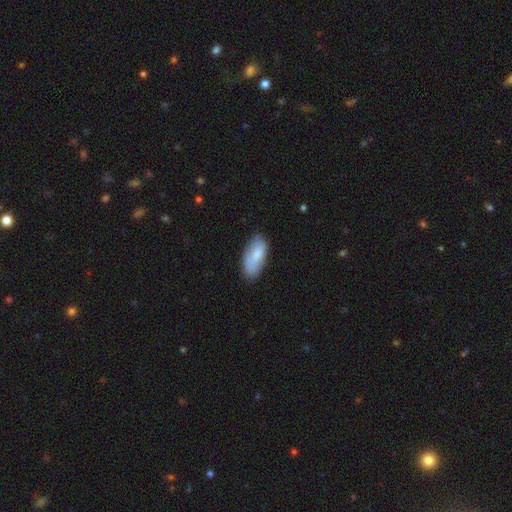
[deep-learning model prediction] smooth-or-featured: smooth: 76% | featured or disk: 18% | star or artifact: 6%
  how-rounded: in between: 88% | cigar-shaped: 10% | round: 2%
  merging: none: 68% | minor disturbance: 25% | major disturbance: 5% | merger: 2%